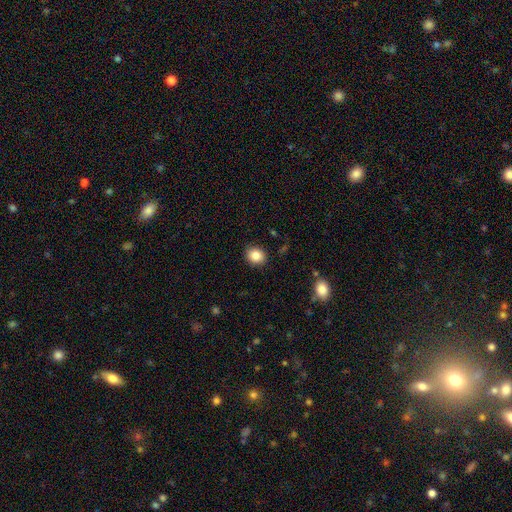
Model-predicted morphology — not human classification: The model was most divided on "how rounded": round: 72%, in between: 28%, cigar-shaped: 1%. More confident: merging — none (89%); smooth or featured — smooth (85%).